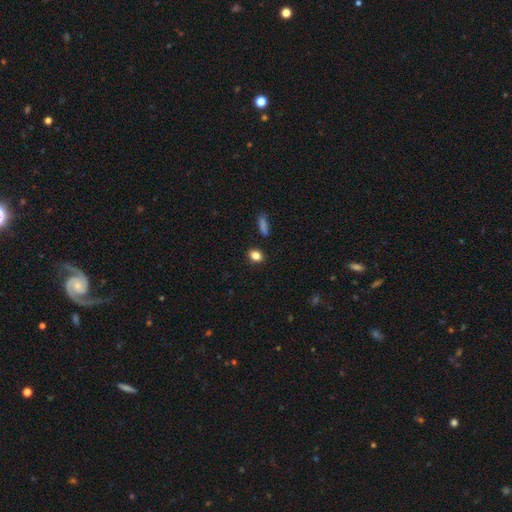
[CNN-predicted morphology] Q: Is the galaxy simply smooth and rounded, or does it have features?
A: smooth — 83%.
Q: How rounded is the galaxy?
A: in between — 54%.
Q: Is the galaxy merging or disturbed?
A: none — 86%.